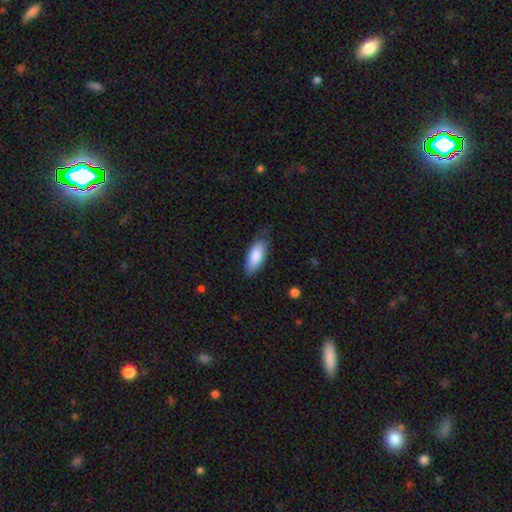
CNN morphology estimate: The model was most divided on "merging": none: 76%, minor disturbance: 19%, major disturbance: 4%, merger: 1%. More confident: smooth or featured — smooth (84%); how rounded — in between (82%).